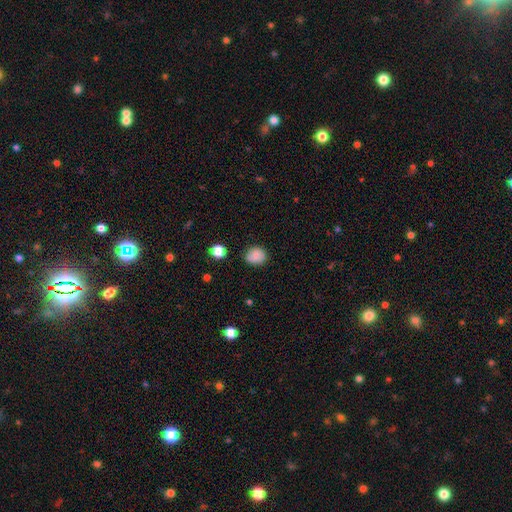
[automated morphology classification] A smooth galaxy with no disk features (82%) that is round (69%). Merging: none (76%).